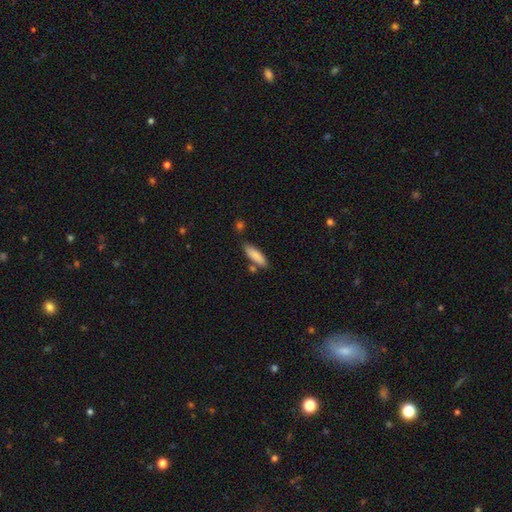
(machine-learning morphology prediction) Smooth or featured? Predicted: smooth (p=0.85). How rounded? Predicted: cigar-shaped (p=0.50). Merging? Predicted: none (p=0.73).